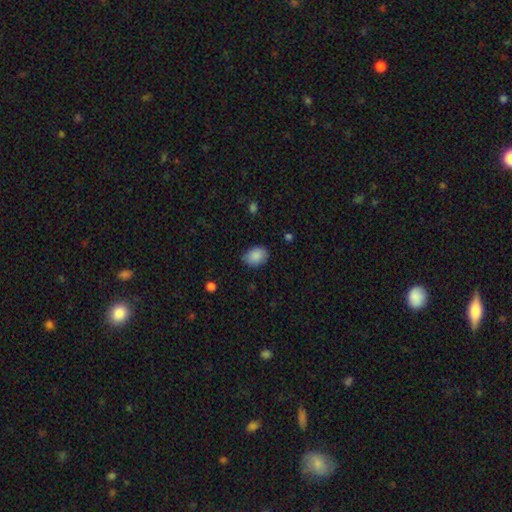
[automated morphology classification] Overall: smooth (89%). How rounded: in between (71%). Merging: none (82%).